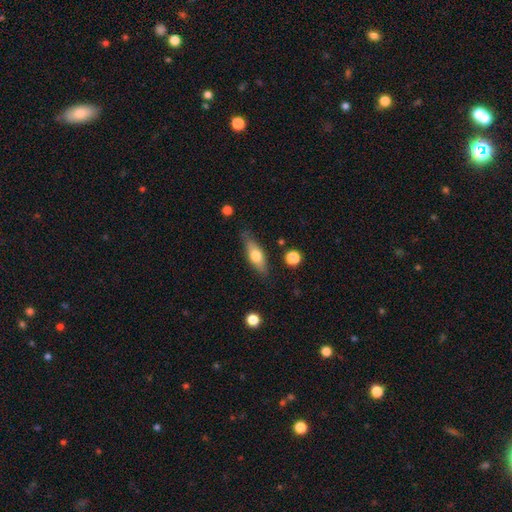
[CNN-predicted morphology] Overall: smooth (57%; featured or disk 37%). How rounded: in between (56%; cigar-shaped 40%). Merging: none (79%).